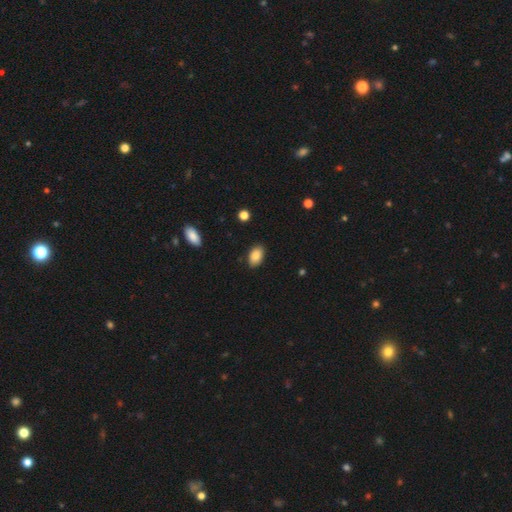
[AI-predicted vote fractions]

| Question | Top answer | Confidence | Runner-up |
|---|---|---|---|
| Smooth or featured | smooth | 87% | star or artifact (7%) |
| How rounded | in between | 92% | round (7%) |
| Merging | none | 86% | minor disturbance (11%) |